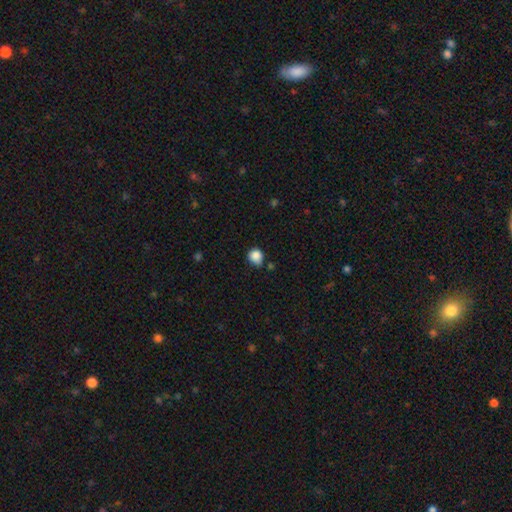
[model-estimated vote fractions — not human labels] Smooth or featured? smooth (86%)
How rounded? round (81%)
Merging? none (66%)